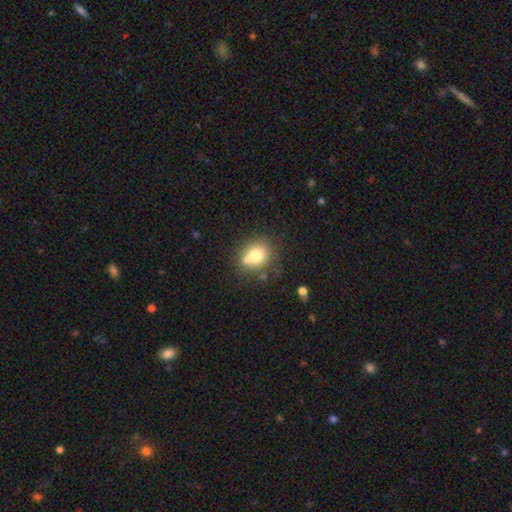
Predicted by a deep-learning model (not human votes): A smooth galaxy with no disk features (73%) that is round (77%).

Vote fractions:
- Smooth or featured? smooth: 73% / featured or disk: 16% / star or artifact: 11%
- How rounded? round: 77% / in between: 22% / cigar-shaped: 1%
- Merging? none: 55% / merger: 27% / minor disturbance: 13% / major disturbance: 5%